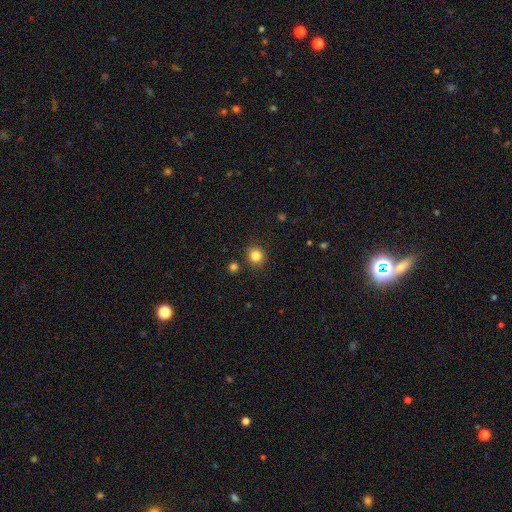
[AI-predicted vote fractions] This is clearly a smooth galaxy (84%). How rounded: clearly round (86%). Merging: clearly none (87%).